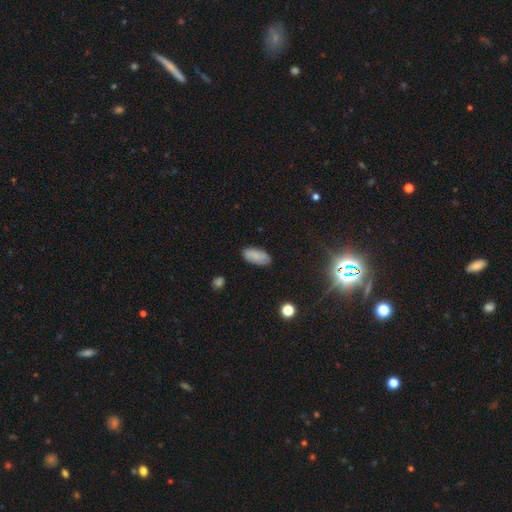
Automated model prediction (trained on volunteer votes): A smooth galaxy with no disk features (80%) that is in between round and cigar-shaped (91%). Merging: none (80%).